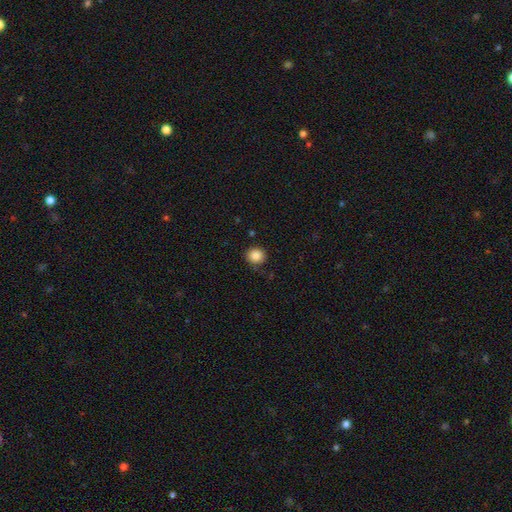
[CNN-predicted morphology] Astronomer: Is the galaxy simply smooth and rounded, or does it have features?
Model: smooth — 85%.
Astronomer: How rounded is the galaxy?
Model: round — 86%.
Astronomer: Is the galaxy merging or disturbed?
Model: none — 87%.